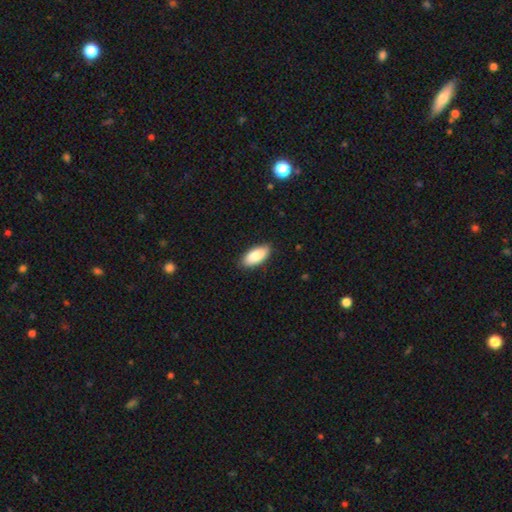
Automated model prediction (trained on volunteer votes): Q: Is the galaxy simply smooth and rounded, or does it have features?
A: smooth — 89%.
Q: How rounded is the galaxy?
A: in between — 90%.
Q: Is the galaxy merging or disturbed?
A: none — 87%.